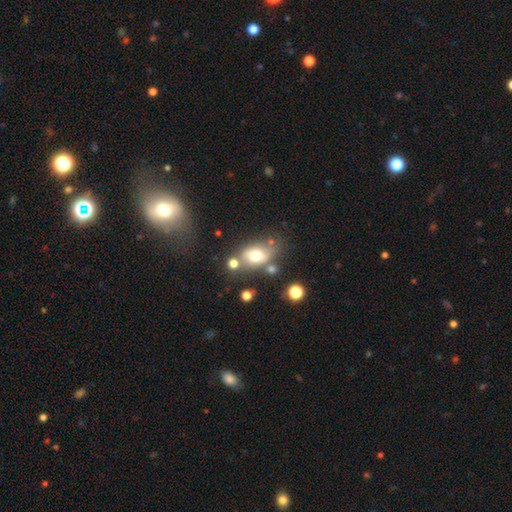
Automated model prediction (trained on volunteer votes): This appears to be a smooth galaxy with no disk features (65%) that is in between round and cigar-shaped (76%). Merging: none (55%).